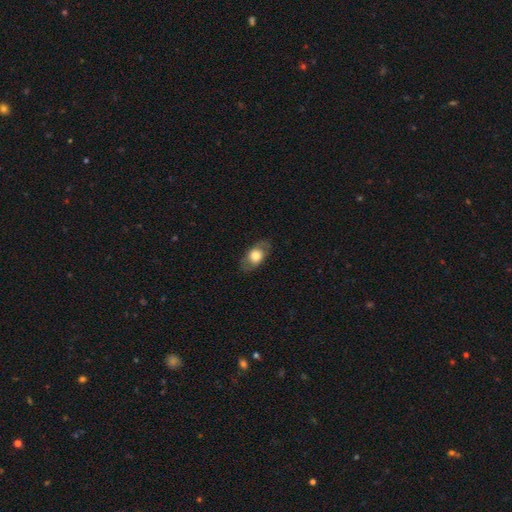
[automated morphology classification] type=smooth (63%); roundness=in between (81%); merging=none (80%).